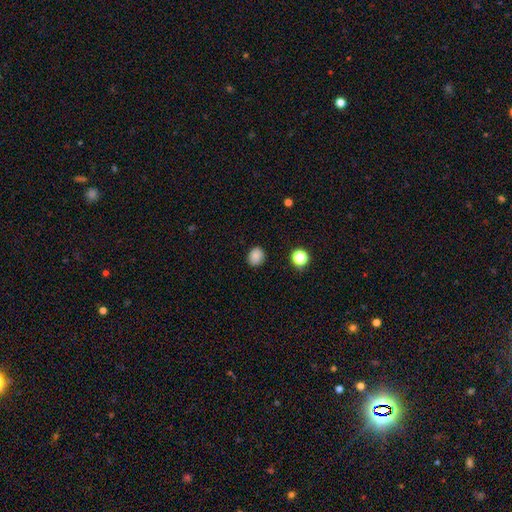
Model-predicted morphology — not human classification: Smooth or featured: smooth — 83% (star or artifact — 11%)
How rounded: round — 65% (in between — 34%)
Merging: none — 84% (minor disturbance — 12%)